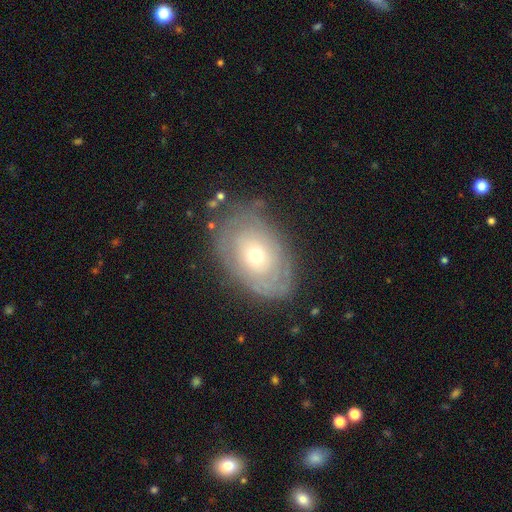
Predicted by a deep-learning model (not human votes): A featured or disk galaxy (59%) with no bar (87%), spiral arms (53%) and a moderate central bulge (50%).

Vote fractions:
- Smooth or featured? featured or disk: 59% / smooth: 33% / star or artifact: 8%
- Edge-on disk? no: 93% / yes: 7%
- Bar? no: 87% / weak: 10% / strong: 3%
- Spiral arms? yes: 53% / no: 47%
- Bulge size? moderate: 50% / small: 45% / large: 3% / dominant: 1% / none: 1%
- Merging? none: 74% / minor disturbance: 18% / major disturbance: 7% / merger: 2%